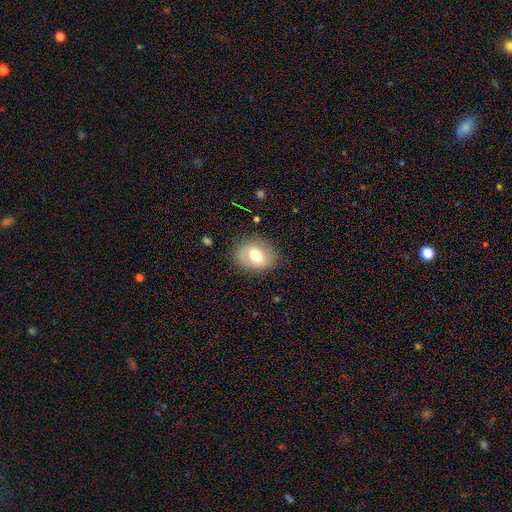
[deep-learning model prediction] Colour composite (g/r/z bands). It shows a smooth galaxy with no disk features (53%) that is in between round and cigar-shaped (55%). Merging: none (78%).